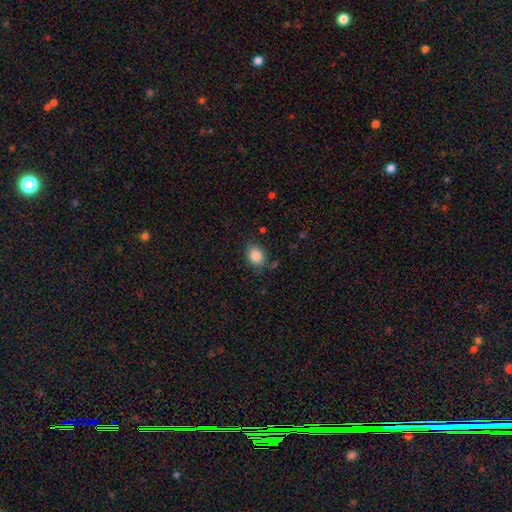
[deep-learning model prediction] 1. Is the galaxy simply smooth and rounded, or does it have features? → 86% smooth, 9% star or artifact, 5% featured or disk.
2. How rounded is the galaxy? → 53% in between, 46% round, 1% cigar-shaped.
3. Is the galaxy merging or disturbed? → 79% none, 15% minor disturbance, 4% major disturbance, 2% merger.